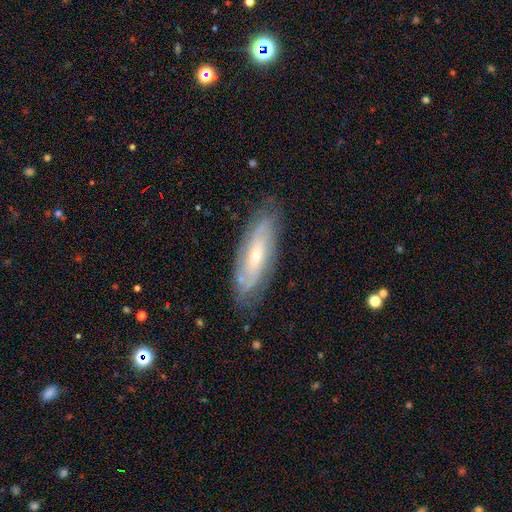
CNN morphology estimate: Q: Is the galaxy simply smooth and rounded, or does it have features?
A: featured or disk — 73%.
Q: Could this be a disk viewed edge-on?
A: no — 79%.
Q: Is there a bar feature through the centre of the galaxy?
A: no — 58%.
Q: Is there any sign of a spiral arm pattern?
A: yes — 87%.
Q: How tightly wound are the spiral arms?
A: tight — 58%.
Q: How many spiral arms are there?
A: can't tell — 49%.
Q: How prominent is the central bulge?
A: small — 58%.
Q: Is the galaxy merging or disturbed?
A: none — 80%.